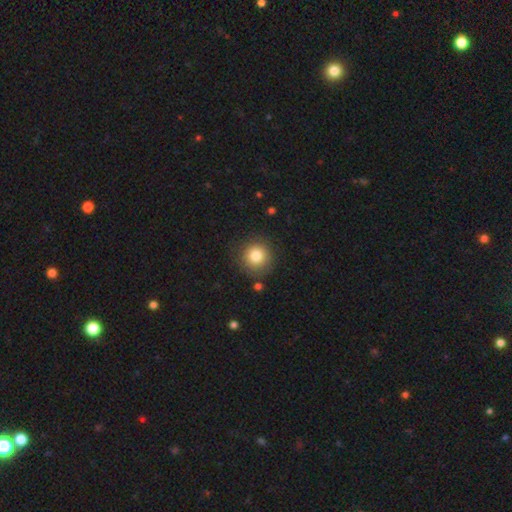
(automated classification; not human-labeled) Morphology: type=smooth (82%); roundness=round (93%); merging=none (85%).